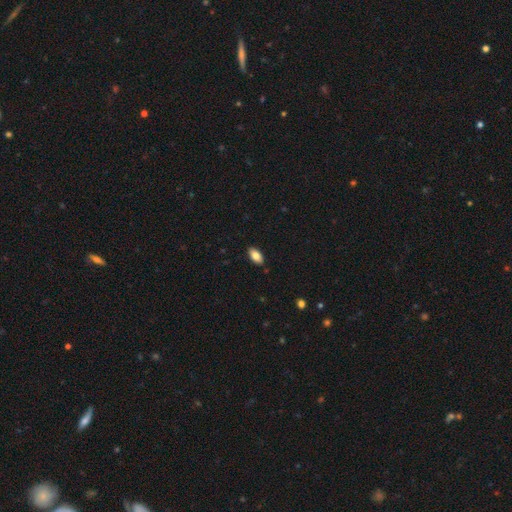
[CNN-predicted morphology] Smooth or featured? Predicted: smooth (p=0.84). How rounded? Predicted: in between (p=0.93). Merging? Predicted: none (p=0.88).